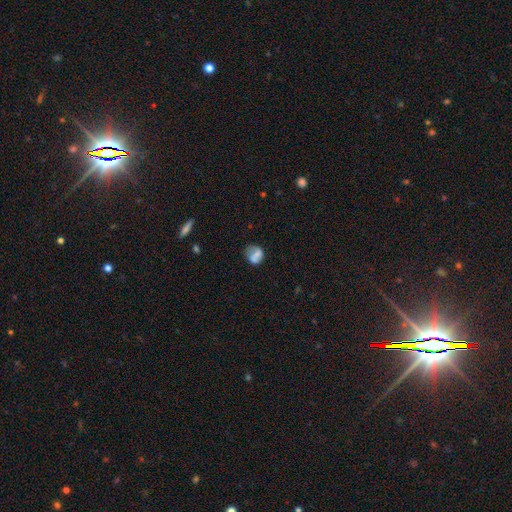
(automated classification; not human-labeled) A smooth galaxy with no disk features (66%) that is round (62%).

Vote fractions:
- Smooth or featured? smooth: 66% / featured or disk: 24% / star or artifact: 10%
- How rounded? round: 62% / in between: 37% / cigar-shaped: 2%
- Merging? none: 45% / minor disturbance: 24% / major disturbance: 16% / merger: 15%